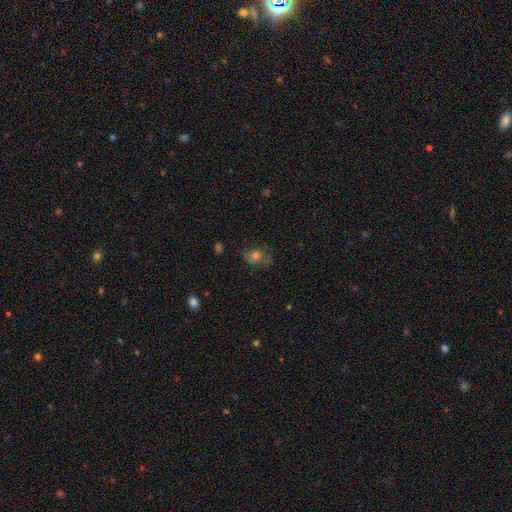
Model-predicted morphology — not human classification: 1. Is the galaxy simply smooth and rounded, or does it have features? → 49% smooth, 34% featured or disk, 17% star or artifact.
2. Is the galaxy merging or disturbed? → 62% none, 22% minor disturbance, 14% major disturbance, 2% merger.